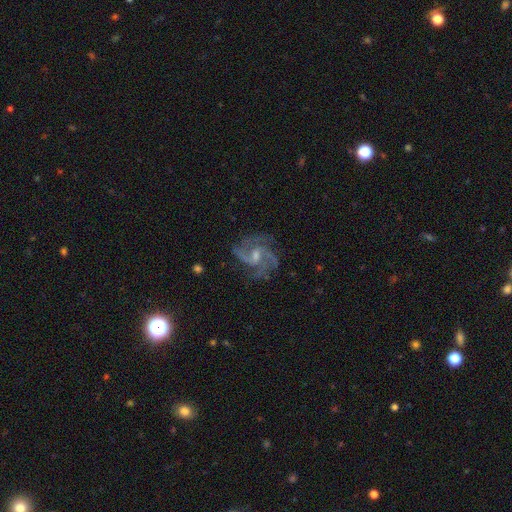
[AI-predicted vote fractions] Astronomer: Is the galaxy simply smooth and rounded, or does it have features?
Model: featured or disk — 89%.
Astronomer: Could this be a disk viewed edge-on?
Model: no — 98%.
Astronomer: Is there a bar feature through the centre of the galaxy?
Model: weak — 52% (runner-up: no, 33%).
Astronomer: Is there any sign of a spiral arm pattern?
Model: yes — 98%.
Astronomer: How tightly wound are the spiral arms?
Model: medium — 58%.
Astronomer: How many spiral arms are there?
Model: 3 — 40% (runner-up: 2, 32%).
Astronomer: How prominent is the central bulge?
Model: small — 49% (runner-up: moderate, 42%).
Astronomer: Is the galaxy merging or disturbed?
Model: none — 73%.